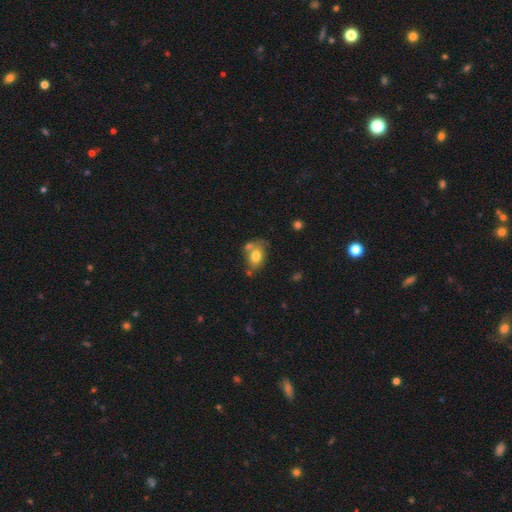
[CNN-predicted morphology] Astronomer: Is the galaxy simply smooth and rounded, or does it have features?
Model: smooth — 74%.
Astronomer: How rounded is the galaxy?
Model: in between — 72%.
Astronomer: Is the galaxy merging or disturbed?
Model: none — 46% (runner-up: merger, 27%).